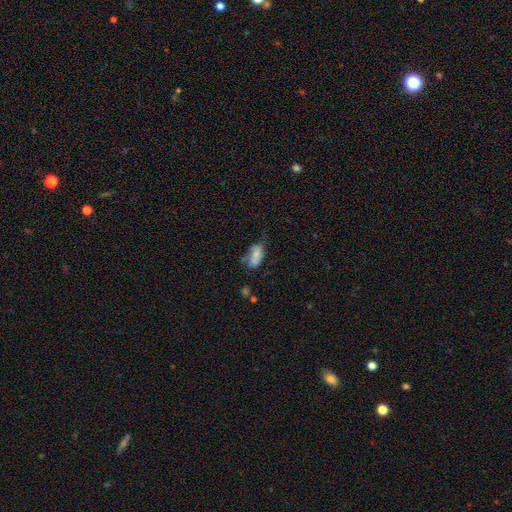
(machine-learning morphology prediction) Q: Smooth or featured?
A: smooth (60%); runner-up: featured or disk (31%)
Q: How rounded?
A: in between (89%); runner-up: cigar-shaped (6%)
Q: Merging?
A: none (40%); runner-up: minor disturbance (31%)